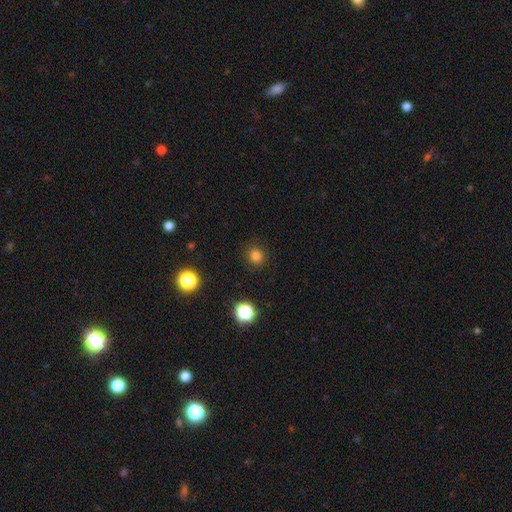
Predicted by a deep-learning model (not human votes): Smooth or featured? smooth (80%)
How rounded? round (86%)
Merging? none (89%)